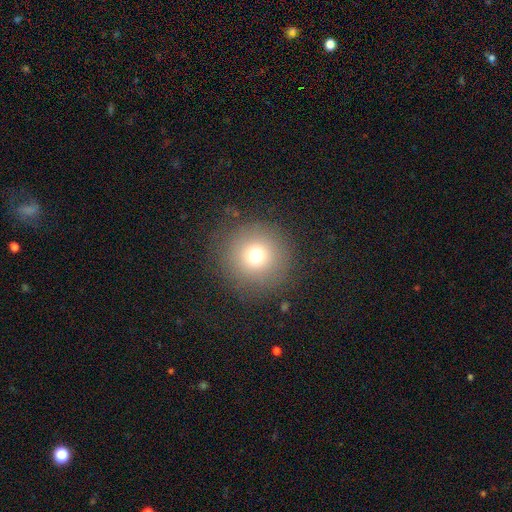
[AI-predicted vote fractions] Smooth or featured? Predicted: smooth (p=0.72). How rounded? Predicted: round (p=0.96). Merging? Predicted: none (p=0.86).